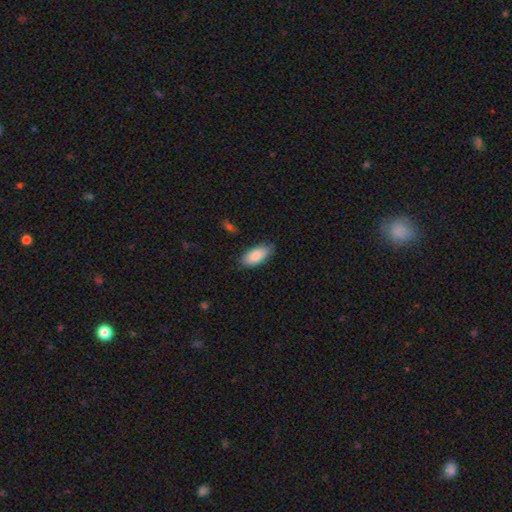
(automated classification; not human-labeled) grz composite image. It shows a smooth galaxy with no disk features (88%) that is in between round and cigar-shaped (89%). Merging: none (82%).